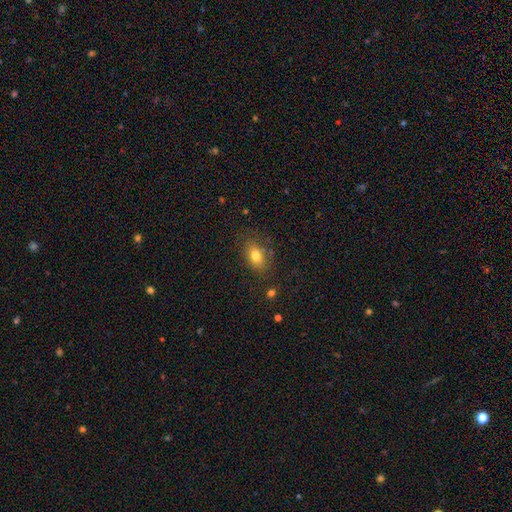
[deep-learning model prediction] Q: Smooth or featured?
A: smooth (79%); runner-up: featured or disk (10%)
Q: How rounded?
A: in between (79%); runner-up: round (19%)
Q: Merging?
A: none (78%); runner-up: minor disturbance (15%)